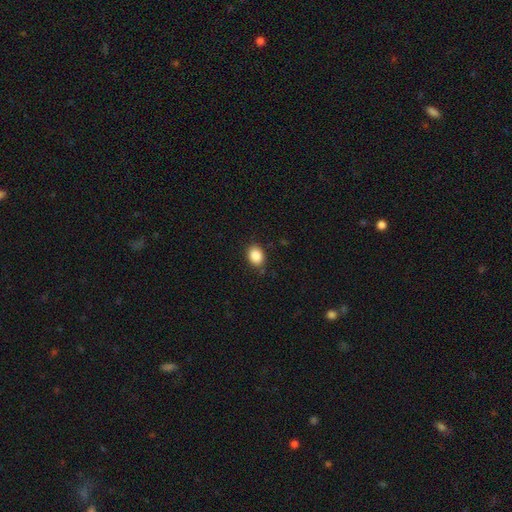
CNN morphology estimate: A smooth galaxy with no disk features (87%) that is in between round and cigar-shaped (59%). Merging: none (83%).